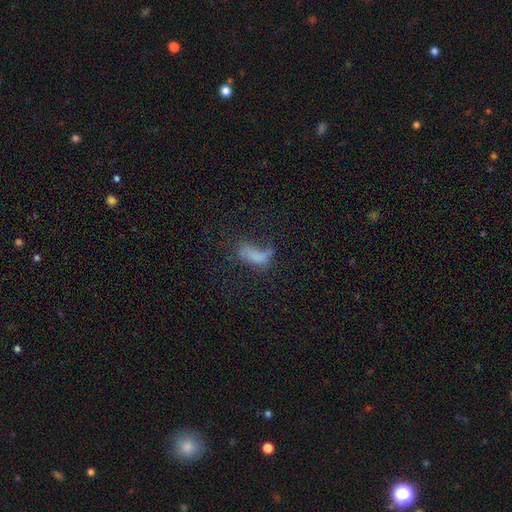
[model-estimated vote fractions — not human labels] The model was most divided on "merging": major disturbance: 40%, none: 28%, minor disturbance: 19%, merger: 12%. More confident: how rounded — in between (78%); smooth or featured — smooth (60%).